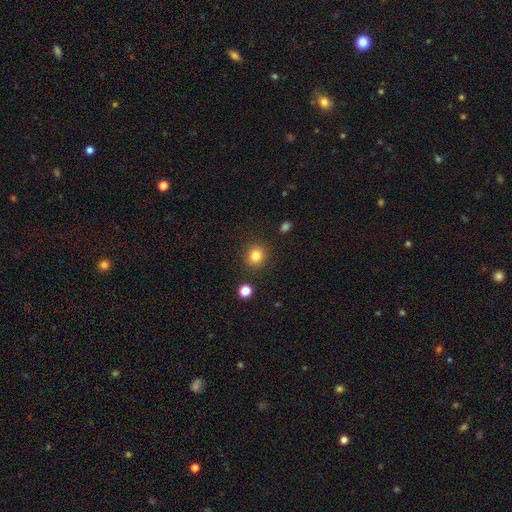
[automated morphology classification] This is clearly a smooth galaxy (83%). How rounded: clearly round (83%). Merging: clearly none (88%).